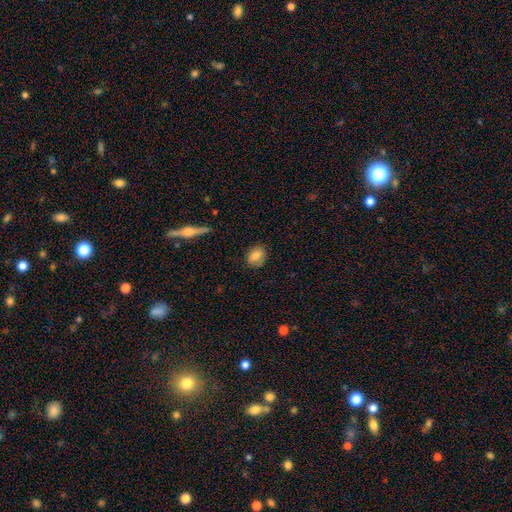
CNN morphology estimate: This is likely a smooth galaxy (80%). How rounded: possibly in between (52%). Merging: likely none (79%).